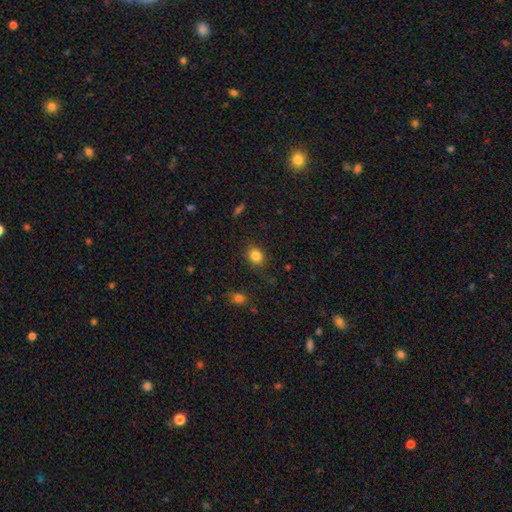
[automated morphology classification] type=smooth (83%); roundness=round (58%); merging=none (84%).